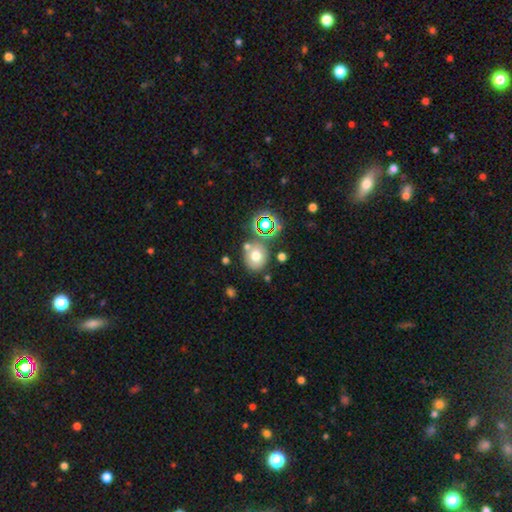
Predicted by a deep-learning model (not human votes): A smooth galaxy with no disk features (65%) that is round (68%).

Vote fractions:
- Smooth or featured? smooth: 65% / star or artifact: 19% / featured or disk: 16%
- How rounded? round: 68% / in between: 31% / cigar-shaped: 1%
- Merging? none: 64% / merger: 17% / minor disturbance: 14% / major disturbance: 5%